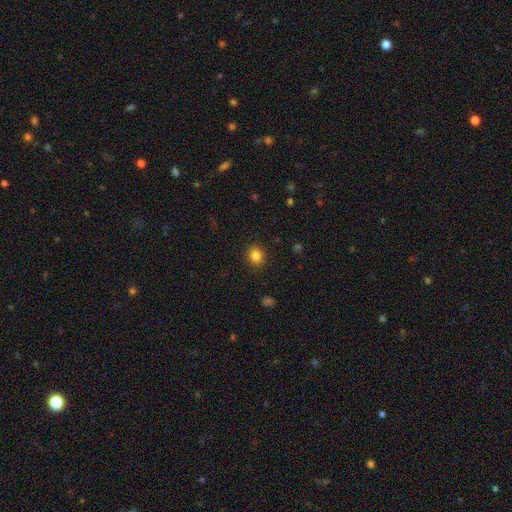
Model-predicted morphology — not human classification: Smooth or featured? Predicted: smooth (p=0.83). How rounded? Predicted: round (p=0.71). Merging? Predicted: none (p=0.90).